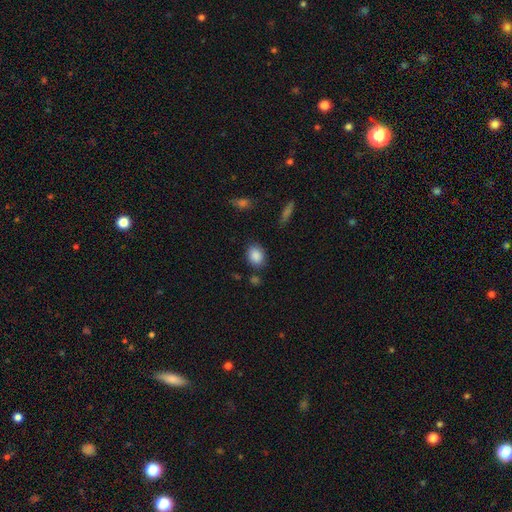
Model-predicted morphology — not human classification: A smooth galaxy with no disk features (88%) that is in between round and cigar-shaped (57%).

Vote fractions:
- Smooth or featured? smooth: 88% / star or artifact: 8% / featured or disk: 4%
- How rounded? in between: 57% / round: 41% / cigar-shaped: 1%
- Merging? none: 79% / minor disturbance: 13% / merger: 5% / major disturbance: 3%